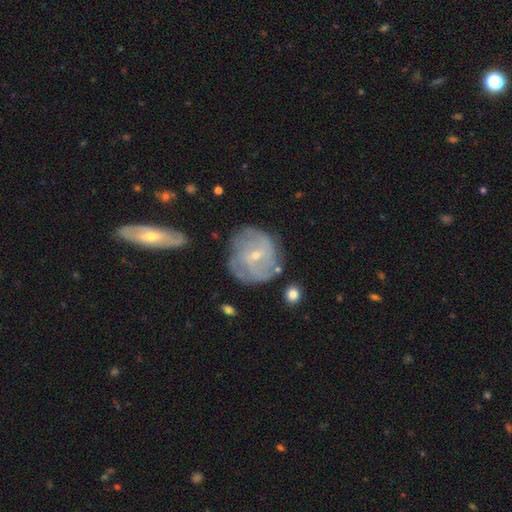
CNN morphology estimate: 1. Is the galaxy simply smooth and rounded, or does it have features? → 72% featured or disk, 21% smooth, 7% star or artifact.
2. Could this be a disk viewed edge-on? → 97% no, 3% yes.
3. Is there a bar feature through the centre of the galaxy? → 46% weak, 45% no, 9% strong.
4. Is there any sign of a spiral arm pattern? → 82% yes, 18% no.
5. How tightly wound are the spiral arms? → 47% tight, 36% medium, 17% loose.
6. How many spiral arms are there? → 46% can't tell, 18% 2, 16% 3, 11% 4, 5% more than 4, 5% 1.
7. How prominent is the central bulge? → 75% small, 22% moderate, 2% none, 1% large, 1% dominant.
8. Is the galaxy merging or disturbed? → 67% none, 20% minor disturbance, 8% major disturbance, 4% merger.